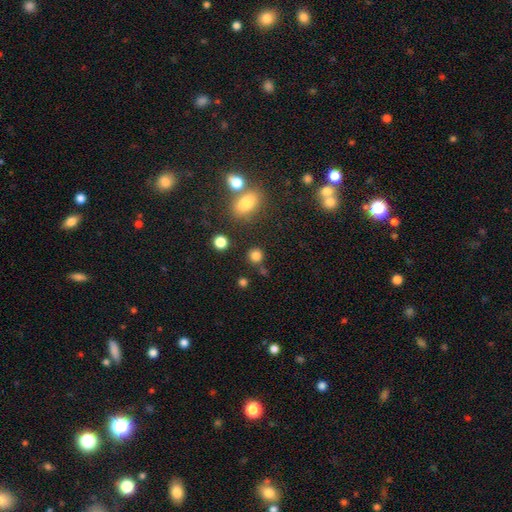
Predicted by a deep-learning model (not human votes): smooth_or_featured: smooth (p=0.81) [alt: star or artifact p=0.14]
how_rounded: round (p=0.88) [alt: in between p=0.11]
merging: none (p=0.79) [alt: minor disturbance p=0.09]